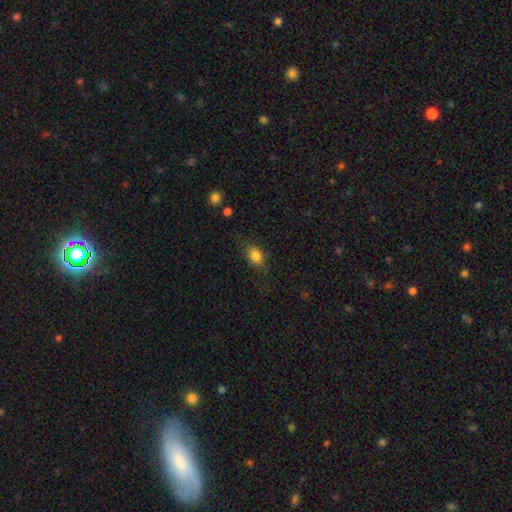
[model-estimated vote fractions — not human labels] smooth_or_featured: smooth (p=0.81) [alt: star or artifact p=0.10]
how_rounded: in between (p=0.57) [alt: round p=0.41]
merging: none (p=0.67) [alt: minor disturbance p=0.22]